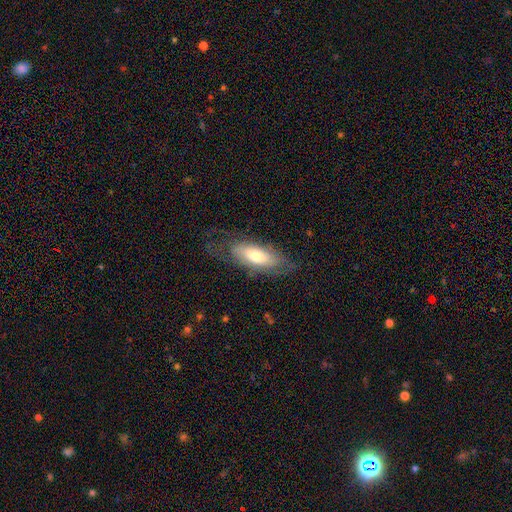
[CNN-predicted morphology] smooth-or-featured: smooth: 53% | featured or disk: 41% | star or artifact: 7%
  how-rounded: in between: 73% | cigar-shaped: 24% | round: 2%
  merging: none: 63% | minor disturbance: 22% | major disturbance: 14% | merger: 1%